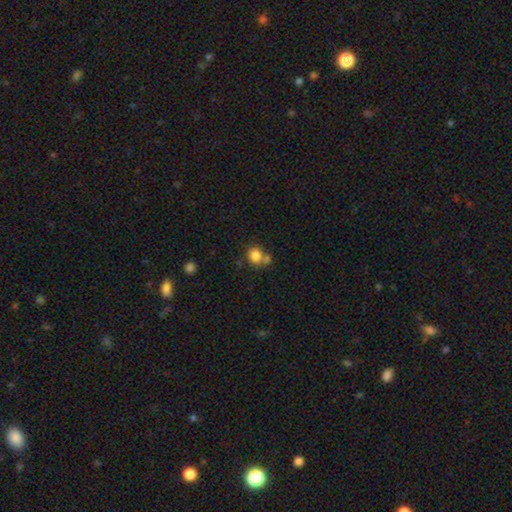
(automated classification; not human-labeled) smooth-or-featured: smooth: 82% | star or artifact: 11% | featured or disk: 7%
  how-rounded: round: 77% | in between: 22% | cigar-shaped: 1%
  merging: none: 55% | merger: 28% | minor disturbance: 12% | major disturbance: 4%